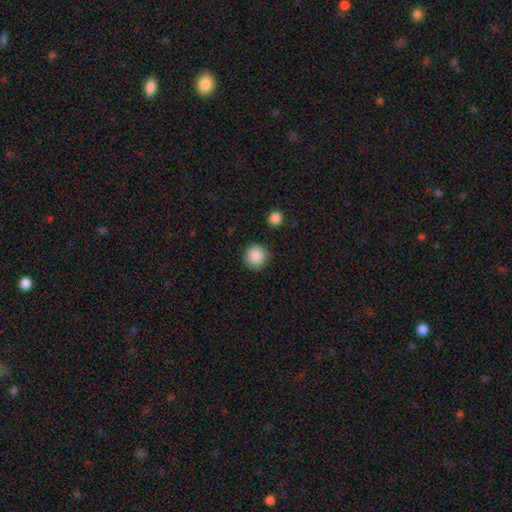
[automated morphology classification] type=smooth (88%); roundness=round (95%); merging=none (89%).